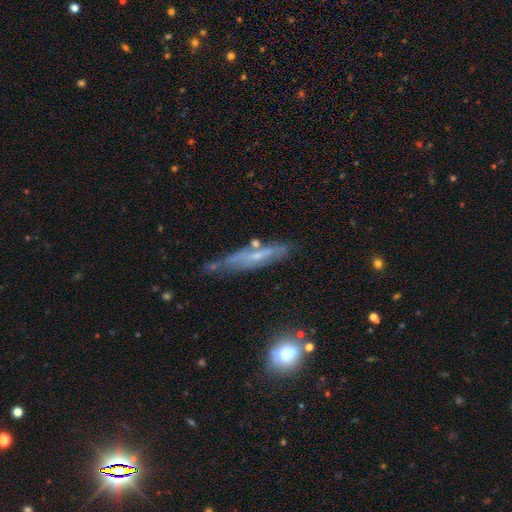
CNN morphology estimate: The model was most divided on "smooth or featured": featured or disk: 57%, smooth: 34%, star or artifact: 9%. More confident: edge-on disk — yes (71%); merging — none (59%).